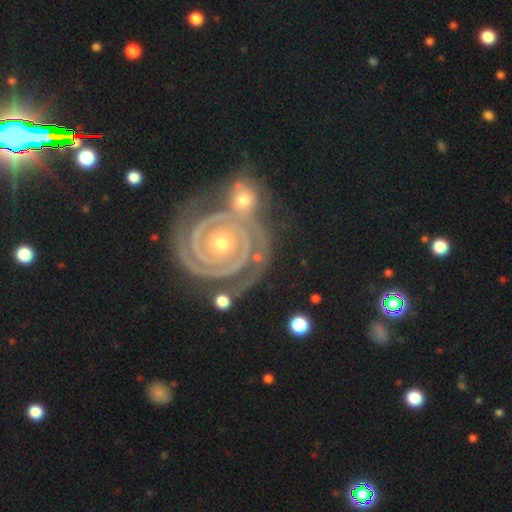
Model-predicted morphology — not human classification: The model was most divided on "bulge size": small: 57%, moderate: 40%, large: 1%, none: 1%, dominant: 1%. More confident: spiral arms — yes (99%); edge-on disk — no (98%); smooth or featured — featured or disk (93%); spiral winding — tight (90%); bar — no (77%); spiral arm count — 2 (77%); merging — none (67%).